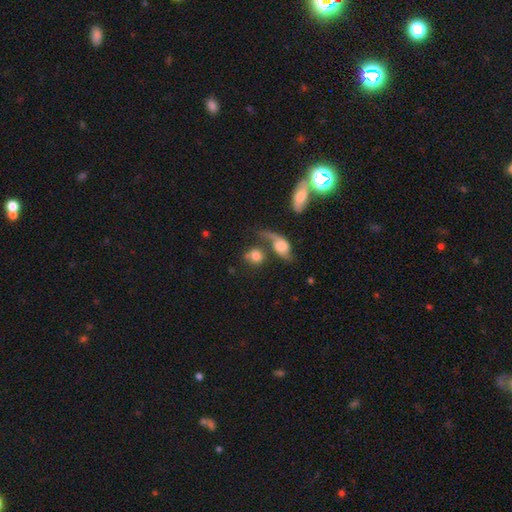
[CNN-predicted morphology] This appears to be a smooth galaxy with no disk features (67%) that is round (68%). Merging: merger (40%).